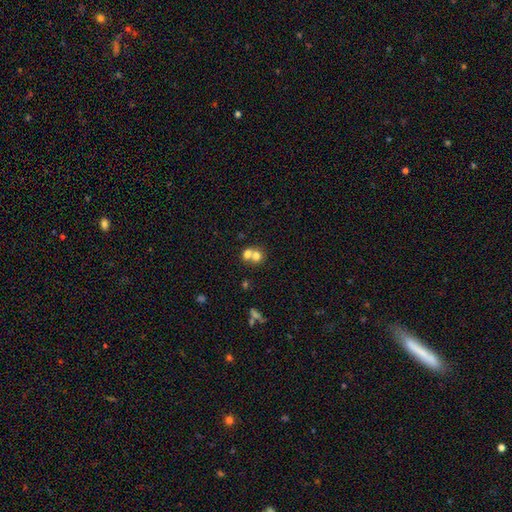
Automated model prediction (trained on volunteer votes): Smooth or featured? Predicted: smooth (p=0.71). How rounded? Predicted: round (p=0.73). Merging? Predicted: merger (p=0.62).